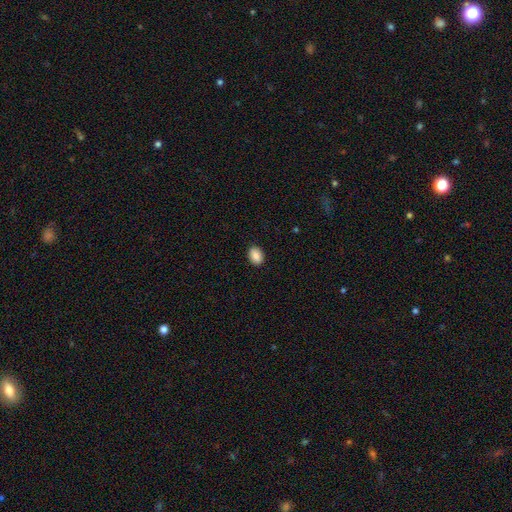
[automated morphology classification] A smooth galaxy with no disk features (89%) that is in between round and cigar-shaped (75%). Merging: none (90%).